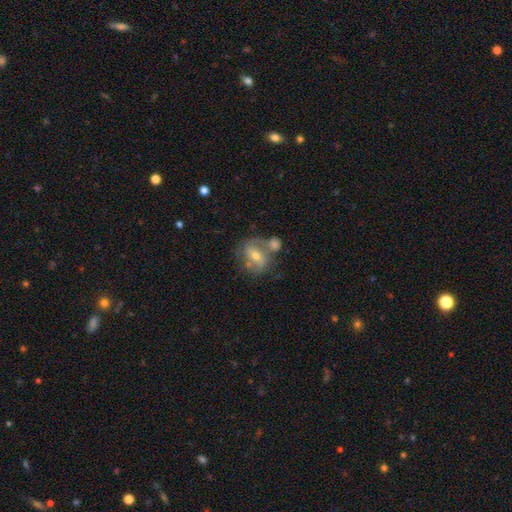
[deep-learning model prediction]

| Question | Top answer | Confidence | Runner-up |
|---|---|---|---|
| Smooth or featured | featured or disk | 59% | smooth (33%) |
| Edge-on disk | no | 94% | yes (6%) |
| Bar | weak | 37% | no (32%) |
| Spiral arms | yes | 62% | no (38%) |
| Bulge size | moderate | 57% | small (37%) |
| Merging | none | 39% | merger (37%) |